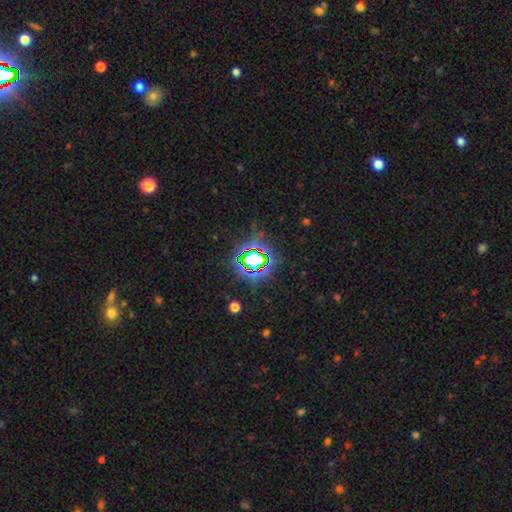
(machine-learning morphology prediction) A star or artifact, not a galaxy (80%).